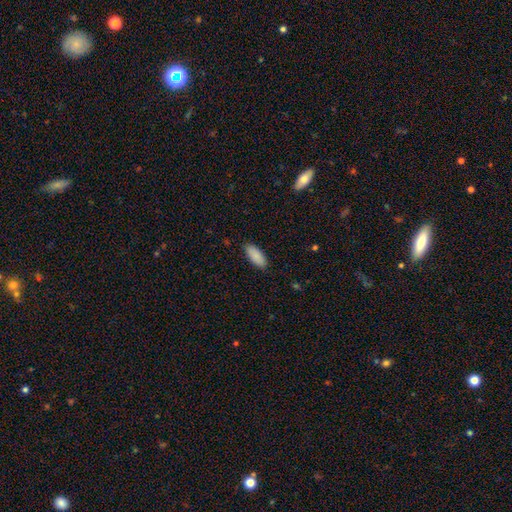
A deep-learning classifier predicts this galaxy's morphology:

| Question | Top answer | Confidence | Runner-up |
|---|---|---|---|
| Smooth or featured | smooth | 90% | star or artifact (6%) |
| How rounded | in between | 82% | cigar-shaped (16%) |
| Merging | none | 88% | minor disturbance (9%) |